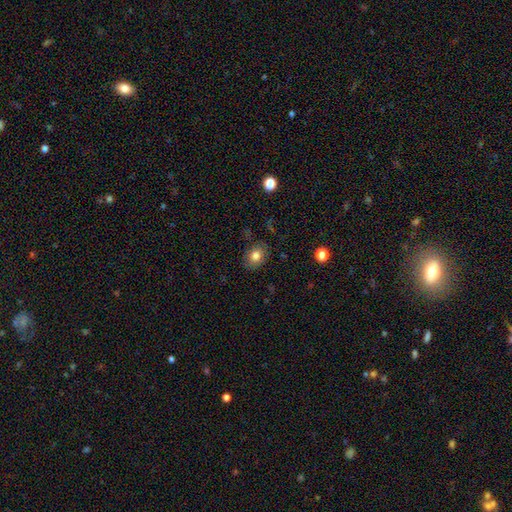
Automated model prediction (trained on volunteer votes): Overall: smooth (80%). How rounded: in between (56%; round 43%). Merging: none (82%).